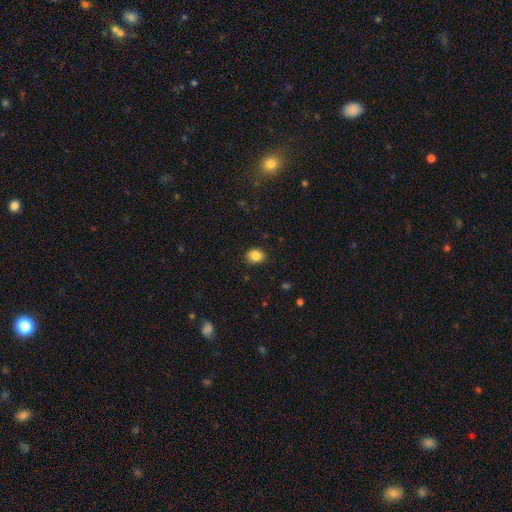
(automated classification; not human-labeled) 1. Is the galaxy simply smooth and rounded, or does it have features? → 85% smooth, 10% star or artifact, 5% featured or disk.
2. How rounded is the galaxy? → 57% round, 42% in between, 1% cigar-shaped.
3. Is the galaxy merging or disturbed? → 87% none, 10% minor disturbance, 2% major disturbance, 1% merger.